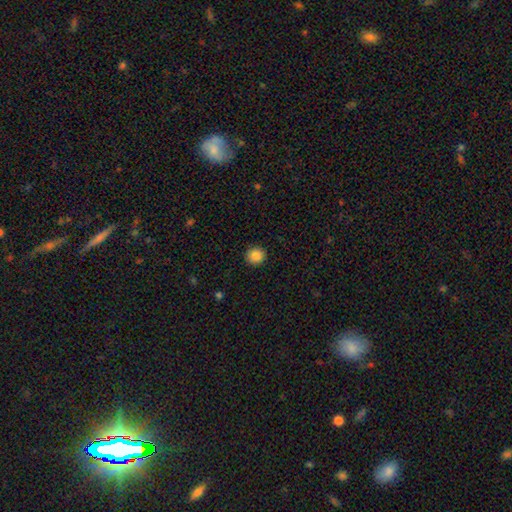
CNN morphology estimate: Smooth or featured? Predicted: smooth (p=0.85). How rounded? Predicted: round (p=0.92). Merging? Predicted: none (p=0.92).